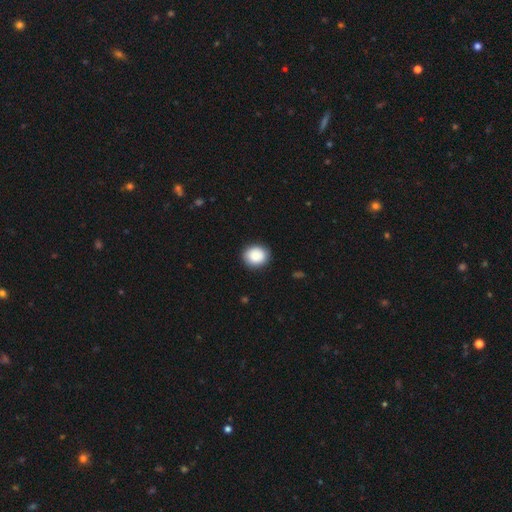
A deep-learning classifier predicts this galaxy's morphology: This is clearly a smooth galaxy (88%). How rounded: likely round (75%). Merging: clearly none (90%).